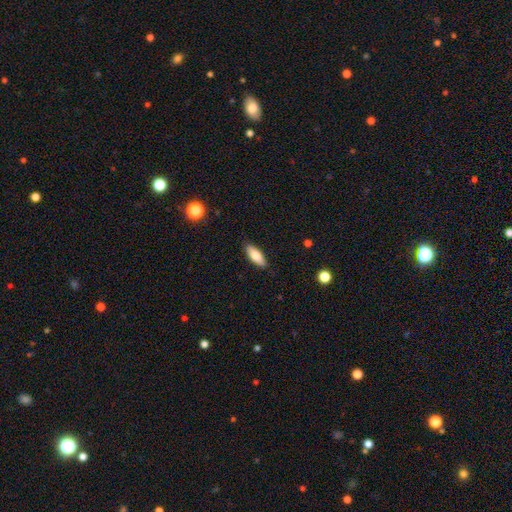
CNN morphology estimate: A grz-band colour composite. It shows a smooth galaxy with no disk features (79%) that is in between round and cigar-shaped (67%). Merging: none (88%).